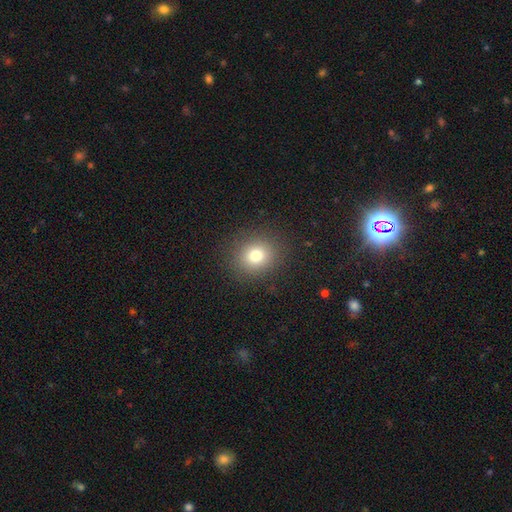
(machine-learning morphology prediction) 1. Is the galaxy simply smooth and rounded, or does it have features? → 78% smooth, 14% star or artifact, 8% featured or disk.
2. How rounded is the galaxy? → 80% round, 19% in between, 1% cigar-shaped.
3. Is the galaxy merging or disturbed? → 88% none, 7% minor disturbance, 3% major disturbance, 1% merger.